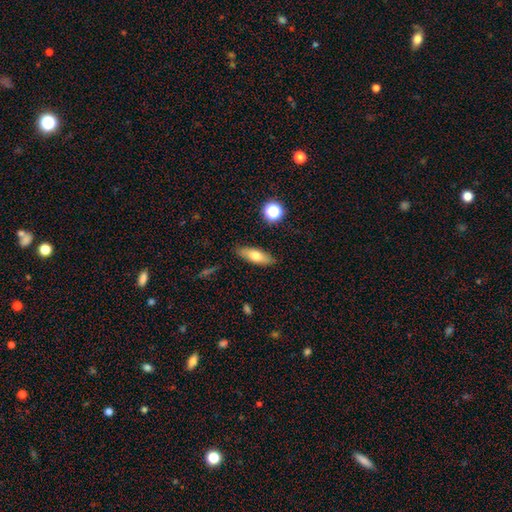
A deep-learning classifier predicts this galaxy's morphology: A smooth galaxy with no disk features (67%) that is in between round and cigar-shaped (57%). Merging: none (87%).